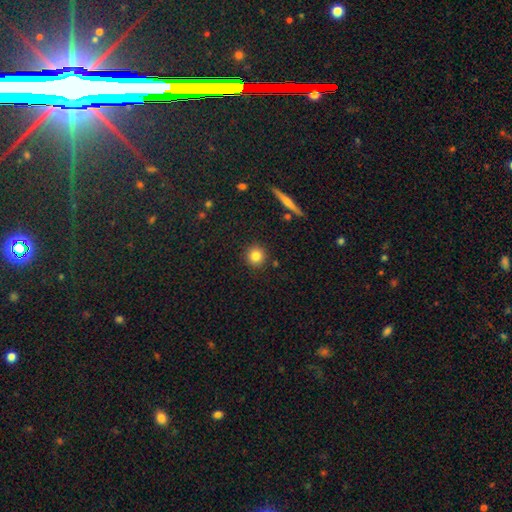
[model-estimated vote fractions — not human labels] Overall: smooth (82%). How rounded: round (93%). Merging: none (90%).